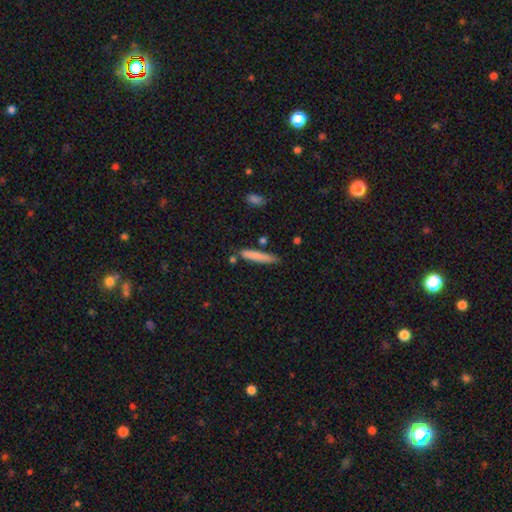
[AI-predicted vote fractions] This appears to be a smooth galaxy with no disk features (79%) that is cigar-shaped (91%). Merging: none (76%).